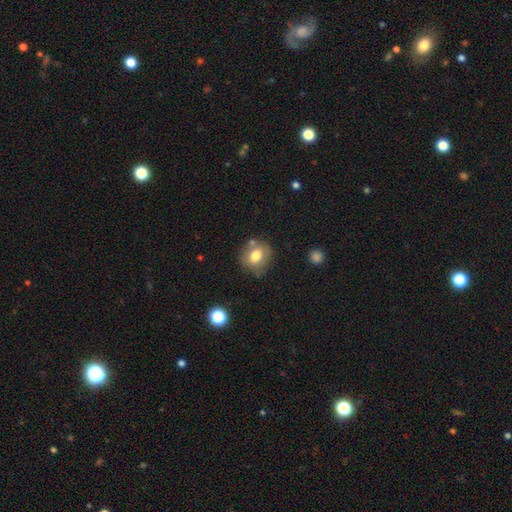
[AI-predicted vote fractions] Morphology: type=smooth (74%); roundness=round (74%); merging=none (69%).